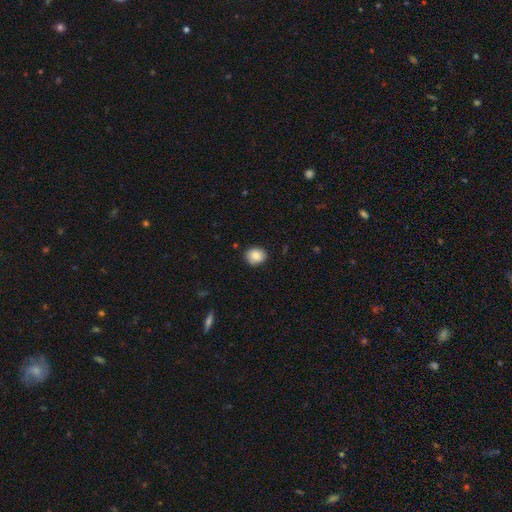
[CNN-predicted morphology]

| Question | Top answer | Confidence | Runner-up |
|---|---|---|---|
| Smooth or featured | smooth | 87% | star or artifact (8%) |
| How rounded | round | 75% | in between (24%) |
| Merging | none | 85% | minor disturbance (12%) |